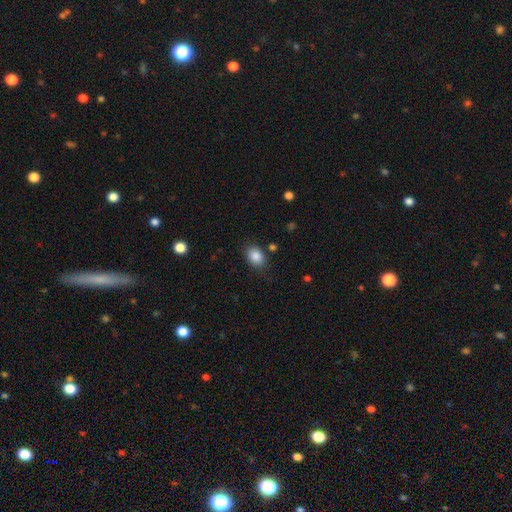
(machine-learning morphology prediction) type=smooth (86%); roundness=in between (70%); merging=none (80%).